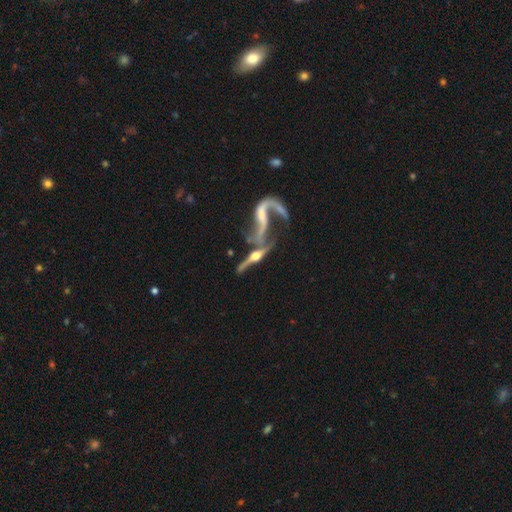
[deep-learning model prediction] Morphology: type=featured or disk (76%); edge-on=yes (72%); edge-on bulge=rounded (90%); merging=merger (44%).